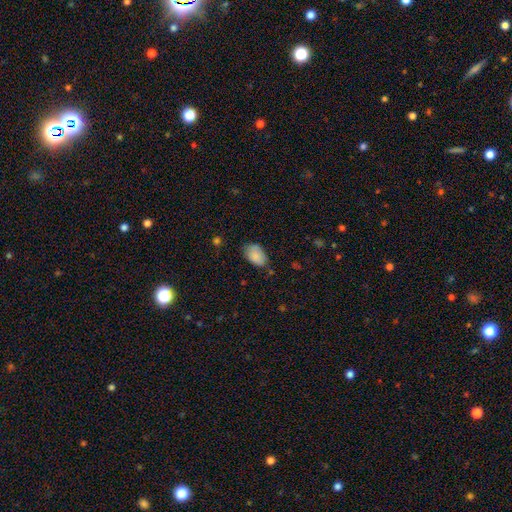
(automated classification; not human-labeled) Morphology: type=smooth (86%); roundness=in between (87%); merging=none (64%).